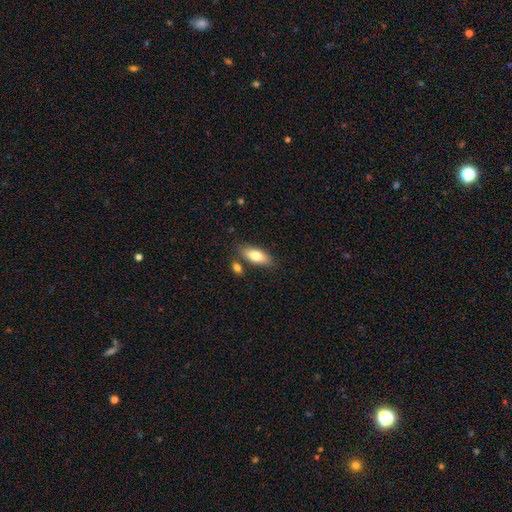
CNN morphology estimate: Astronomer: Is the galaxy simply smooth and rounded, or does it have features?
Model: smooth — 78%.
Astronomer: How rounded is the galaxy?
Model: in between — 80%.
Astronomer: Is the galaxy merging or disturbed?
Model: none — 76%.